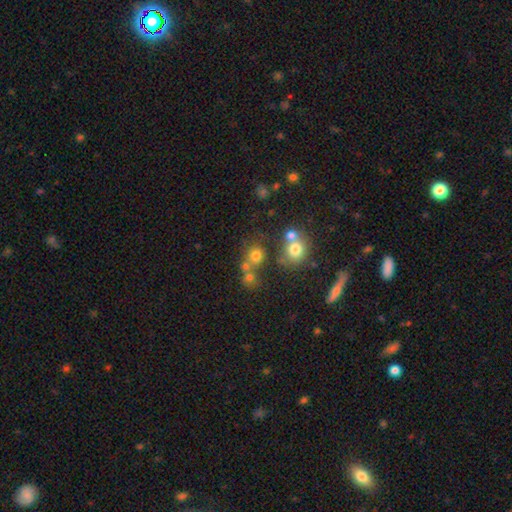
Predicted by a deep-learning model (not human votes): This appears to be a smooth galaxy with no disk features (72%) that is round (83%). Merging: none (56%).